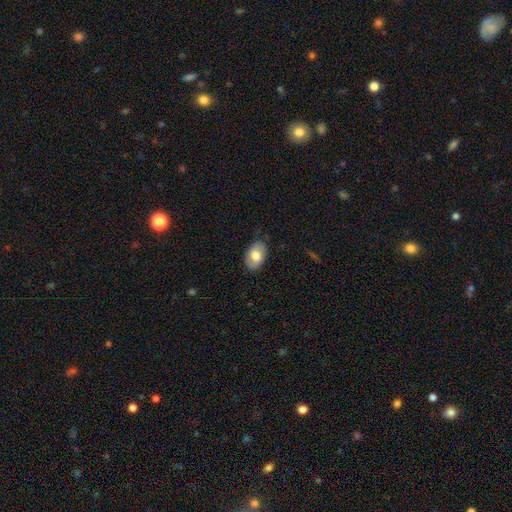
Smooth or featured?
  - smooth: 72% *
  - featured or disk: 18%
  - star or artifact: 10%
How rounded?
  - in between: 96% *
  - round: 4%
  - cigar-shaped: 0%
Merging?
  - none: 83% *
  - minor disturbance: 14%
  - major disturbance: 3%
  - merger: 0%